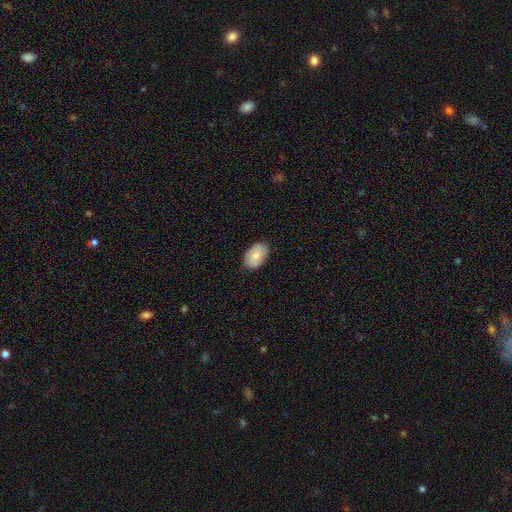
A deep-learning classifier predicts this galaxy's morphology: Q: Smooth or featured?
A: smooth (73%); runner-up: featured or disk (21%)
Q: How rounded?
A: in between (91%); runner-up: round (8%)
Q: Merging?
A: none (82%); runner-up: minor disturbance (14%)